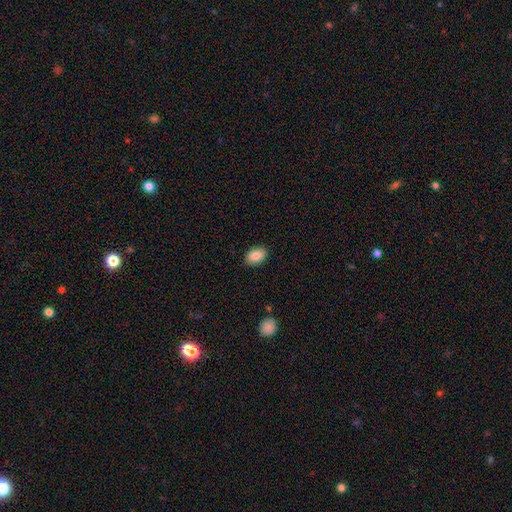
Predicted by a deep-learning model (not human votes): Smooth or featured? Predicted: smooth (p=0.86). How rounded? Predicted: in between (p=0.82). Merging? Predicted: none (p=0.88).